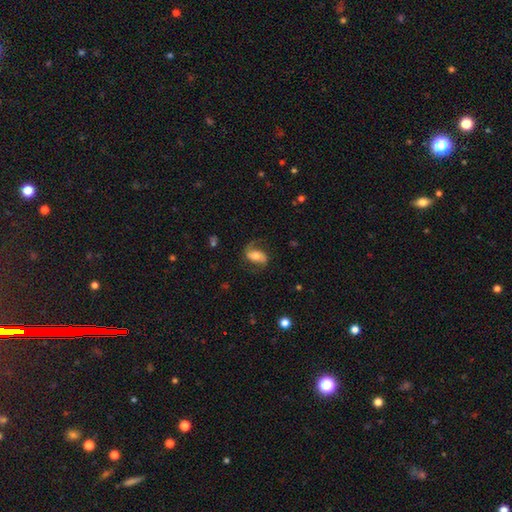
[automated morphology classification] Smooth or featured: featured or disk — 70% (smooth — 23%)
Edge-on disk: no — 96% (yes — 4%)
Bar: no — 37% (weak — 35%)
Spiral arms: yes — 92% (no — 8%)
Spiral winding: loose — 49% (medium — 39%)
Spiral arm count: 2 — 86% (1 — 7%)
Bulge size: moderate — 59% (small — 22%)
Merging: none — 68% (minor disturbance — 18%)